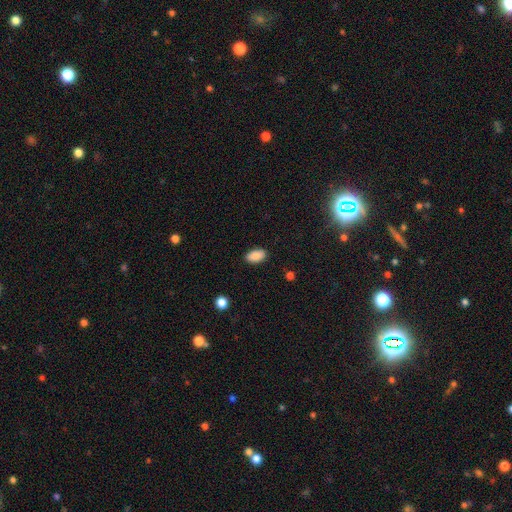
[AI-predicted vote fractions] This is clearly a smooth galaxy (89%). How rounded: clearly in between (94%). Merging: clearly none (88%).